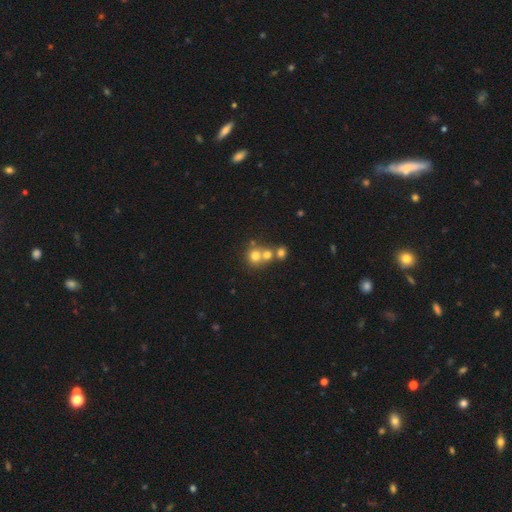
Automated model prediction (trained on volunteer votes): Q: Smooth or featured?
A: smooth (69%); runner-up: featured or disk (16%)
Q: How rounded?
A: round (84%); runner-up: in between (15%)
Q: Merging?
A: merger (48%); runner-up: none (42%)